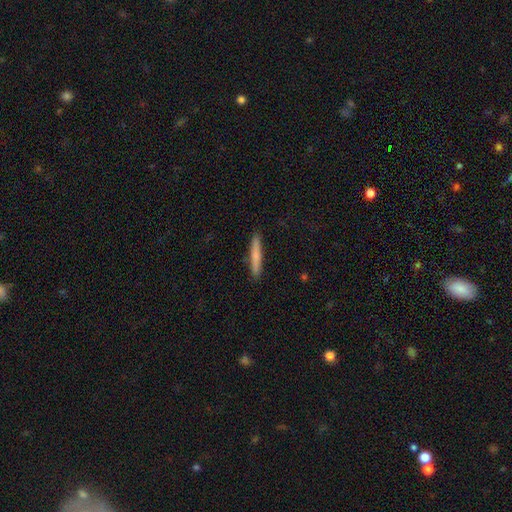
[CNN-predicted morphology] type=smooth (72%); roundness=cigar-shaped (95%); merging=none (90%).